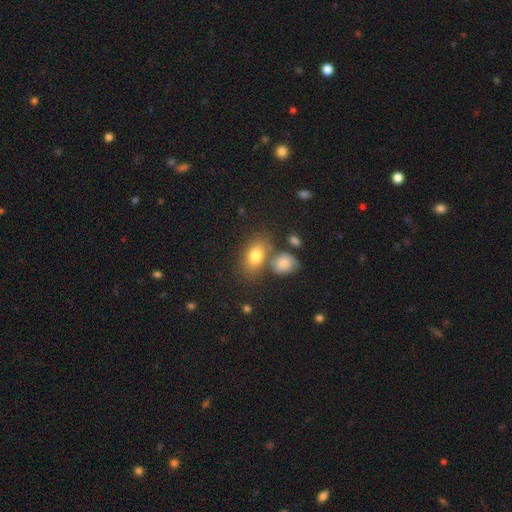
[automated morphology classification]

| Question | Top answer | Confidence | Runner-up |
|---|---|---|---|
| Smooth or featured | smooth | 77% | featured or disk (14%) |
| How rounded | in between | 85% | round (12%) |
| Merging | none | 60% | merger (22%) |